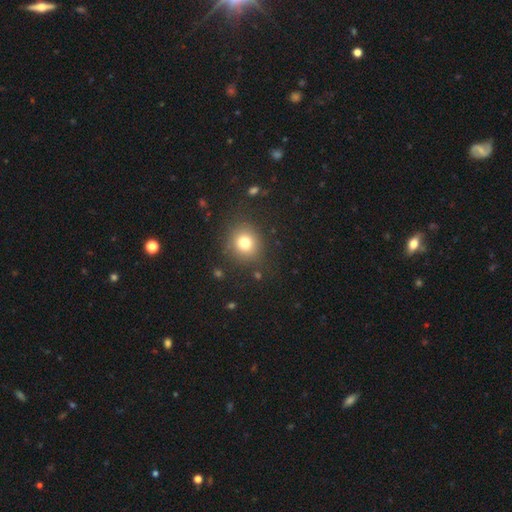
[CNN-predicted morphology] Smooth or featured? smooth (64%)
How rounded? round (83%)
Merging? none (89%)